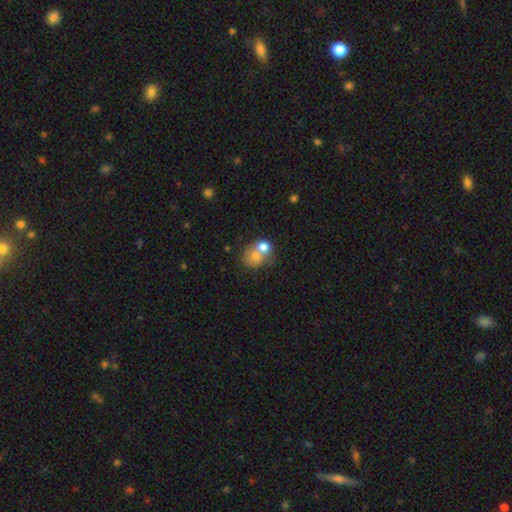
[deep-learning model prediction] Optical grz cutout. It shows a smooth galaxy with no disk features (68%) that is round (63%). Merging: merger (61%).